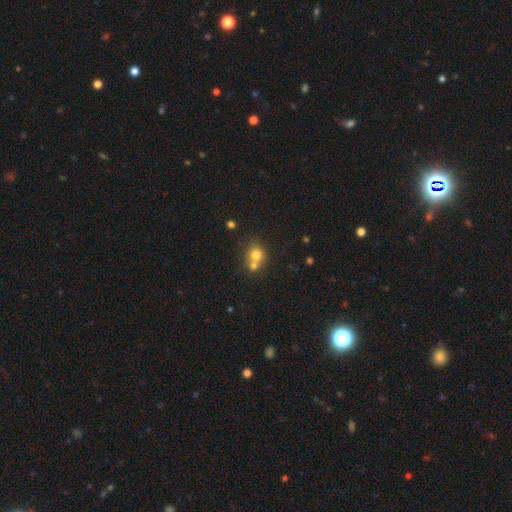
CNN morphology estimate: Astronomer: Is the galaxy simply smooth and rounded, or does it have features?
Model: smooth — 74%.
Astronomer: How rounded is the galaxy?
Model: round — 78%.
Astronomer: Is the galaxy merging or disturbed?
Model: merger — 52% (runner-up: none, 38%).